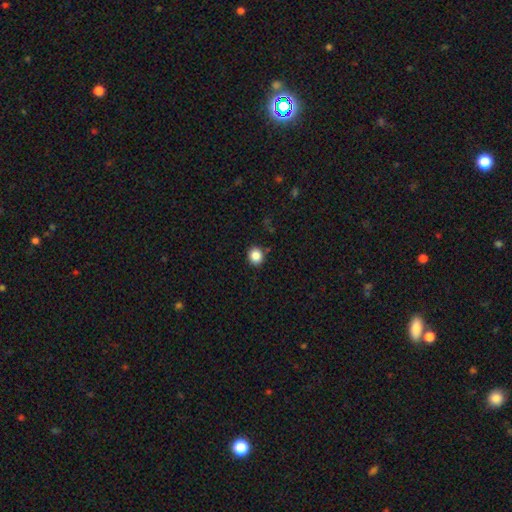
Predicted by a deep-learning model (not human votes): smooth-or-featured: smooth: 86% | star or artifact: 10% | featured or disk: 3%
  how-rounded: round: 79% | in between: 20% | cigar-shaped: 1%
  merging: none: 89% | minor disturbance: 7% | major disturbance: 2% | merger: 2%